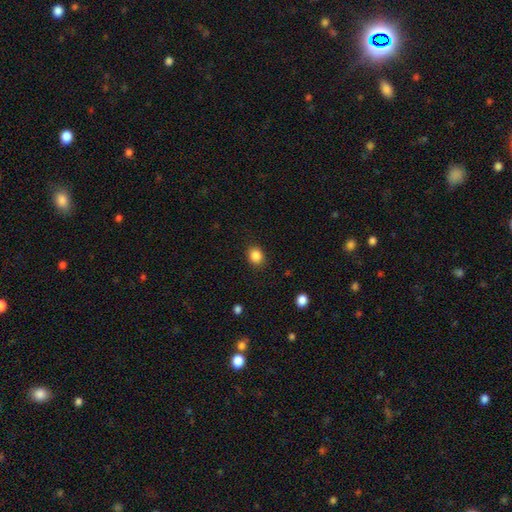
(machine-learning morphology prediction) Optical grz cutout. It shows a smooth galaxy with no disk features (86%) that is round (66%). Merging: none (88%).